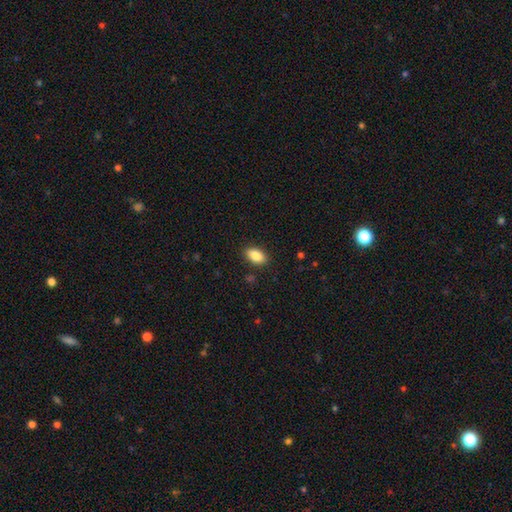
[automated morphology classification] Smooth or featured?
  - smooth: 86% *
  - star or artifact: 8%
  - featured or disk: 6%
How rounded?
  - in between: 91% *
  - round: 5%
  - cigar-shaped: 4%
Merging?
  - none: 88% *
  - minor disturbance: 9%
  - major disturbance: 2%
  - merger: 1%